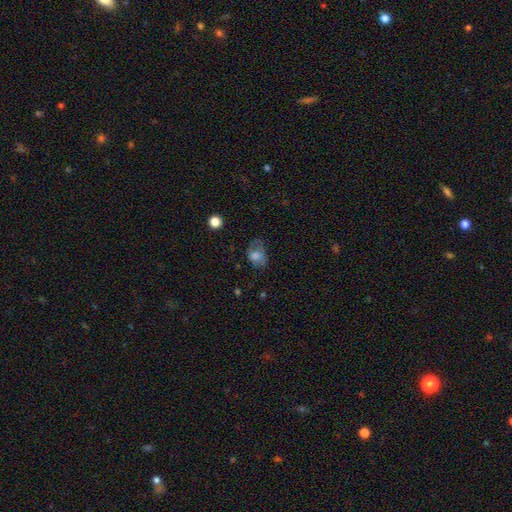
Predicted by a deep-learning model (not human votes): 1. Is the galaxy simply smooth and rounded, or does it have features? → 67% smooth, 21% featured or disk, 12% star or artifact.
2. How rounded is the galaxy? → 67% in between, 31% round, 1% cigar-shaped.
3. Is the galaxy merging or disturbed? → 41% none, 29% minor disturbance, 28% major disturbance, 2% merger.